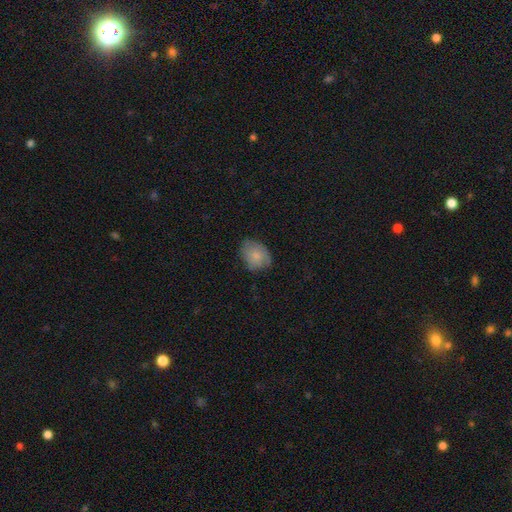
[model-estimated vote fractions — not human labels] smooth-or-featured: smooth: 77% | featured or disk: 16% | star or artifact: 7%
  how-rounded: in between: 60% | round: 39% | cigar-shaped: 1%
  merging: none: 66% | minor disturbance: 27% | major disturbance: 6% | merger: 1%